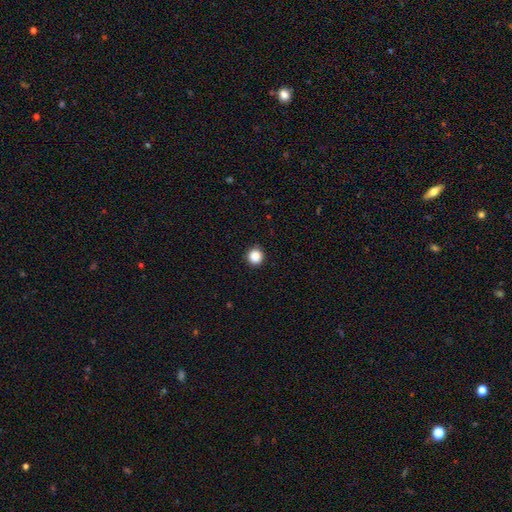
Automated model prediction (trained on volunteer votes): A smooth galaxy with no disk features (87%) that is round (95%).

Vote fractions:
- Smooth or featured? smooth: 87% / star or artifact: 10% / featured or disk: 3%
- How rounded? round: 95% / in between: 4% / cigar-shaped: 1%
- Merging? none: 92% / minor disturbance: 5% / major disturbance: 2% / merger: 1%